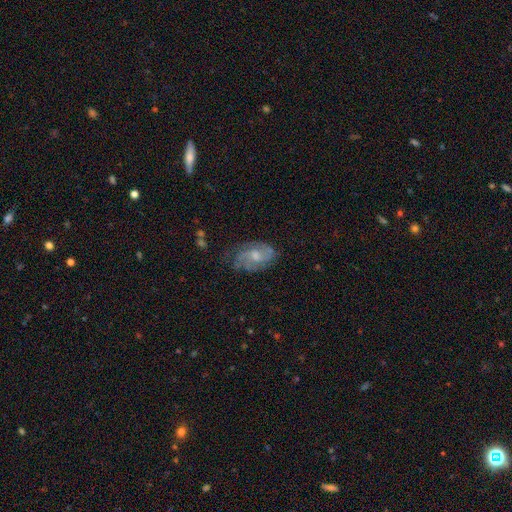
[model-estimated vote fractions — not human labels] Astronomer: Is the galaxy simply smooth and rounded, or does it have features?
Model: featured or disk — 69%.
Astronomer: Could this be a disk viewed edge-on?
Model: no — 96%.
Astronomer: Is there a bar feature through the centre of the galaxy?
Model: no — 62%.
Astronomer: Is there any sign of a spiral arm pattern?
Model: yes — 88%.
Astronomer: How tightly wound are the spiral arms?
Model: medium — 45% (runner-up: tight, 35%).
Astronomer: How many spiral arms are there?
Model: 2 — 48% (runner-up: can't tell, 25%).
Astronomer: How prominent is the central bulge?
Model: moderate — 55% (runner-up: small, 34%).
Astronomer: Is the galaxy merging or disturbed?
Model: none — 65%.